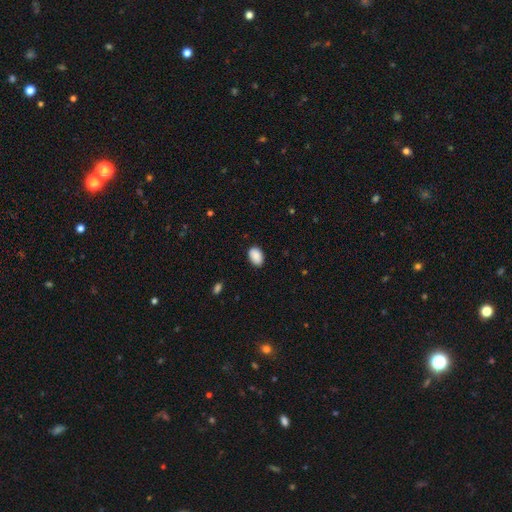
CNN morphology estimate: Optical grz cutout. It shows a smooth galaxy with no disk features (90%) that is in between round and cigar-shaped (88%). Merging: none (87%).